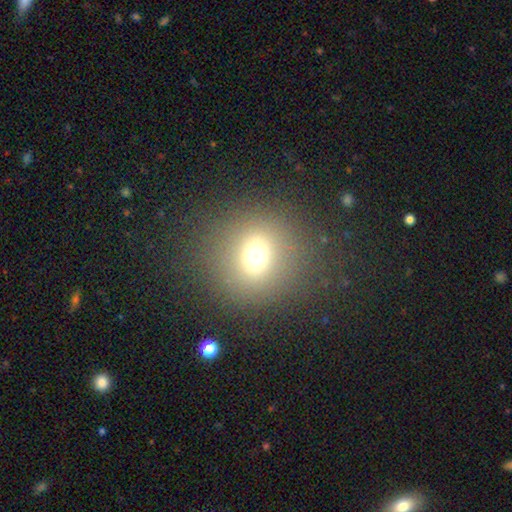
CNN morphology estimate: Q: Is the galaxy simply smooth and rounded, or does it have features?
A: smooth — 69%.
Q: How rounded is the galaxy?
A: round — 86%.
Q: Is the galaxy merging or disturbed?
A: none — 85%.